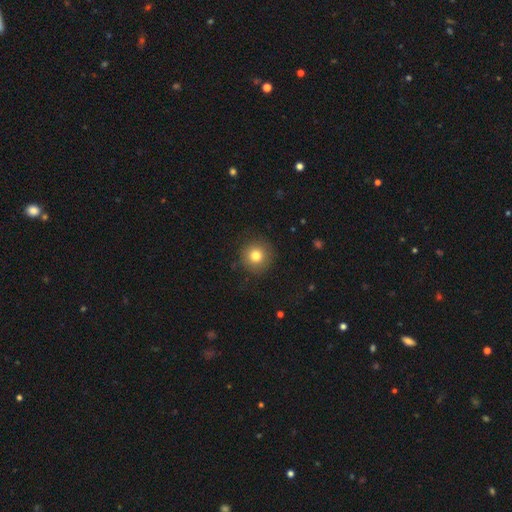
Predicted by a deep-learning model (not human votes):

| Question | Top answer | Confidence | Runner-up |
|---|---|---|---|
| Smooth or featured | smooth | 79% | star or artifact (12%) |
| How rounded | round | 95% | in between (4%) |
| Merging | none | 89% | minor disturbance (8%) |